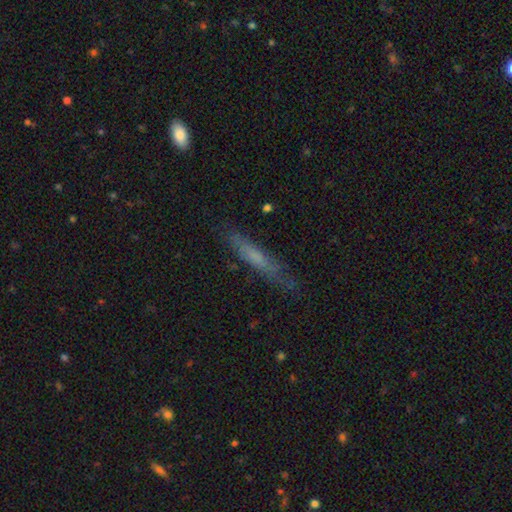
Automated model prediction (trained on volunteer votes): smooth 48%, featured or disk 42%, star or artifact 10%. Down the decision tree: merging — none (79%).